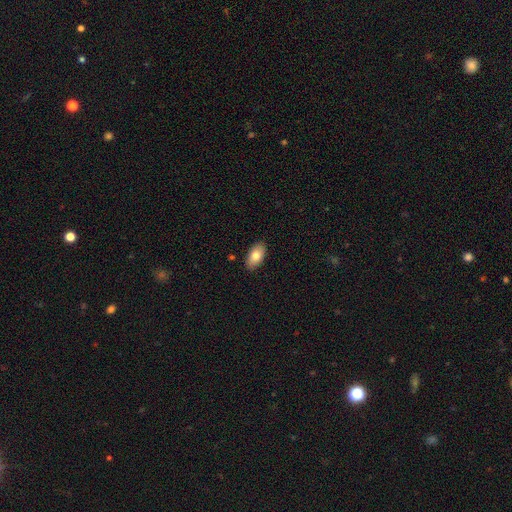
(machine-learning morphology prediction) The model was most divided on "smooth or featured": smooth: 79%, featured or disk: 15%, star or artifact: 7%. More confident: how rounded — in between (93%); merging — none (88%).